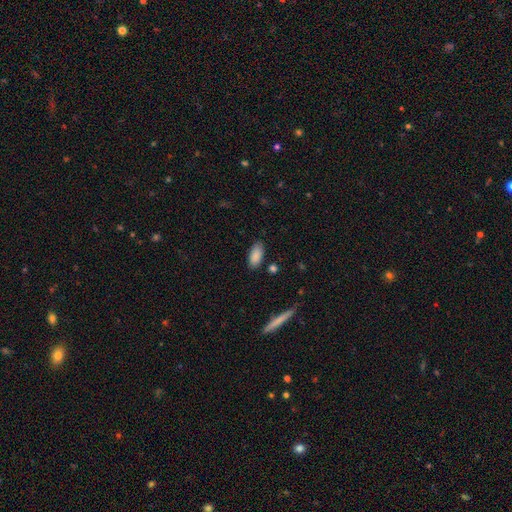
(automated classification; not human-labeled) Smooth or featured? Predicted: smooth (p=0.88). How rounded? Predicted: in between (p=0.89). Merging? Predicted: none (p=0.82).